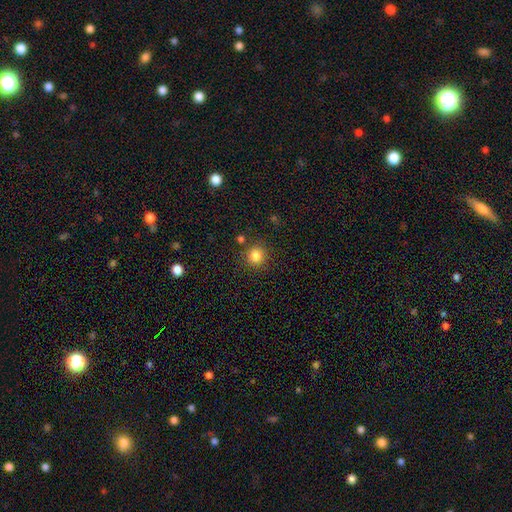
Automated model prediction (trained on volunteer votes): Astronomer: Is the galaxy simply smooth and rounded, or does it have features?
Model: smooth — 83%.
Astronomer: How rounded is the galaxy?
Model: round — 91%.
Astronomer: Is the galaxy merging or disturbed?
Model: none — 84%.